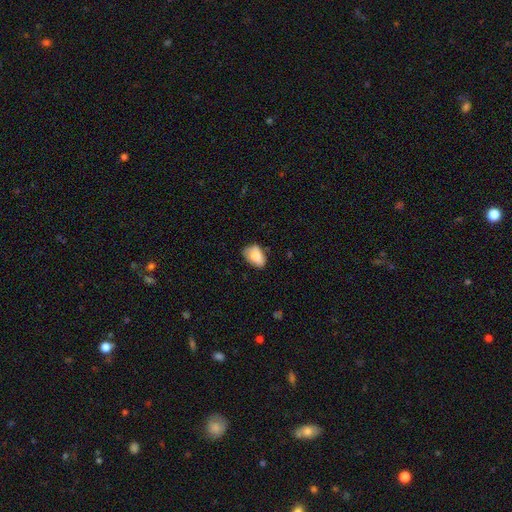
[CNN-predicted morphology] The model was most divided on "merging": none: 56%, minor disturbance: 34%, major disturbance: 8%, merger: 2%. More confident: how rounded — in between (87%); smooth or featured — smooth (81%).